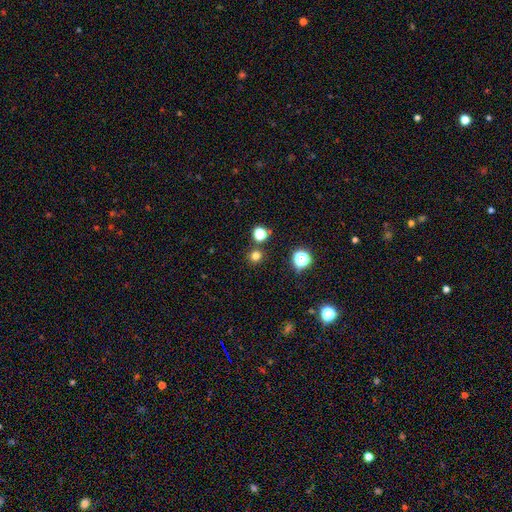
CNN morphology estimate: Q: Smooth or featured?
A: smooth (74%); runner-up: star or artifact (22%)
Q: How rounded?
A: round (93%); runner-up: in between (6%)
Q: Merging?
A: none (86%); runner-up: merger (6%)